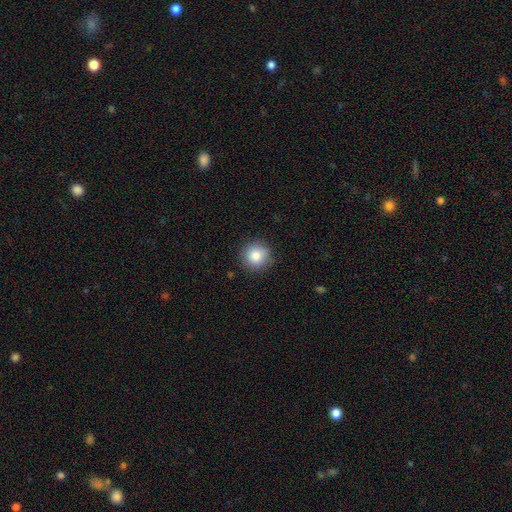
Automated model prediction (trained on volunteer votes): A smooth galaxy with no disk features (84%) that is round (94%). Merging: none (89%).